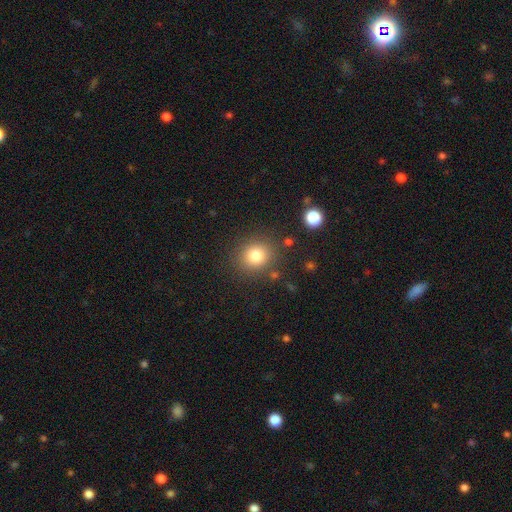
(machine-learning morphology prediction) Smooth or featured? smooth (80%)
How rounded? round (81%)
Merging? none (84%)